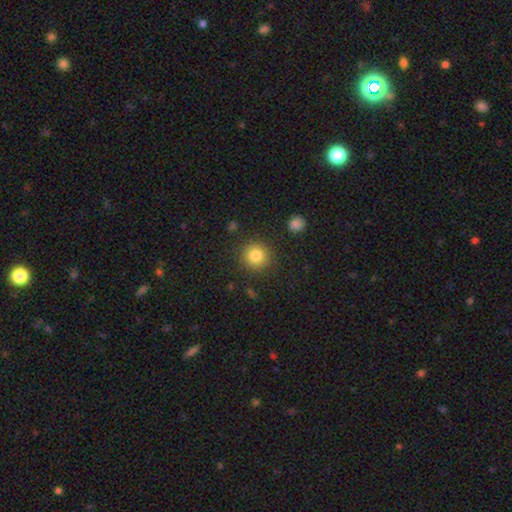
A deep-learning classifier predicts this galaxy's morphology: Smooth or featured: smooth — 83% (star or artifact — 11%)
How rounded: round — 92% (in between — 7%)
Merging: none — 88% (minor disturbance — 7%)